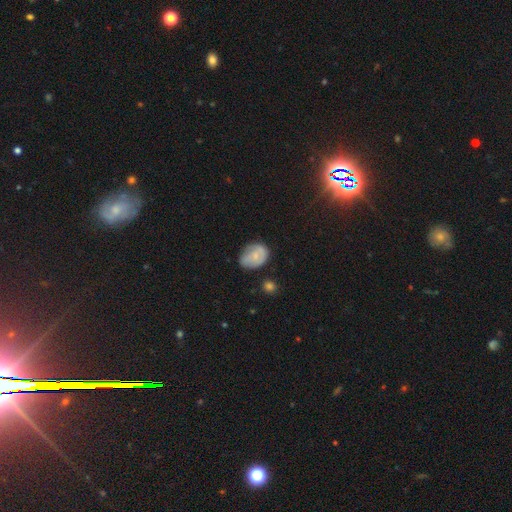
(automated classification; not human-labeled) Overall: smooth (61%; featured or disk 31%). How rounded: in between (67%; round 32%). Merging: none (56%; minor disturbance 32%).